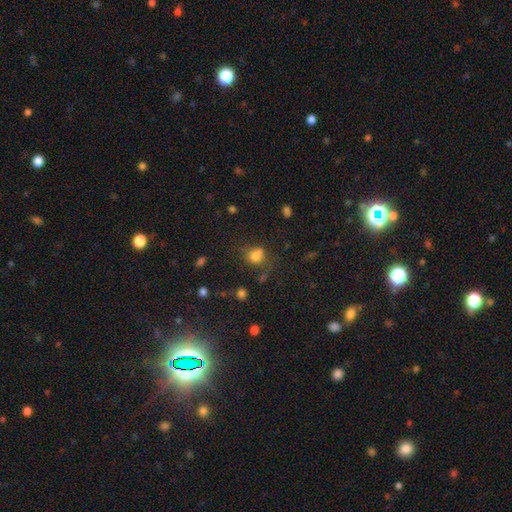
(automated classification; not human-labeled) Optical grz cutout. It shows a smooth galaxy with no disk features (74%) that is round (61%). Merging: none (52%).